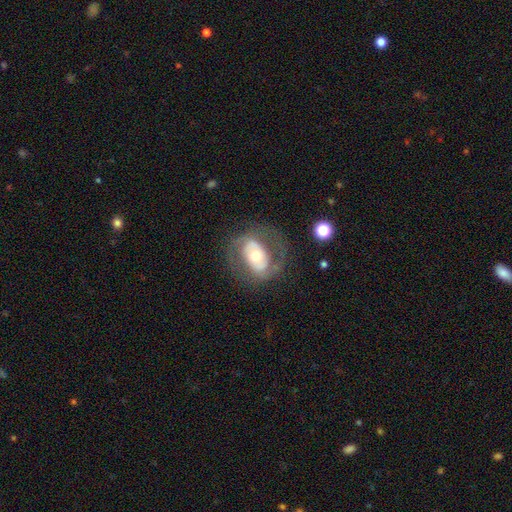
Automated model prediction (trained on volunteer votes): Smooth or featured? Predicted: featured or disk (p=0.67). Edge-on disk? Predicted: no (p=0.96). Bar? Predicted: no (p=0.55). Spiral arms? Predicted: yes (p=0.59). Bulge size? Predicted: moderate (p=0.68). Merging? Predicted: none (p=0.66).